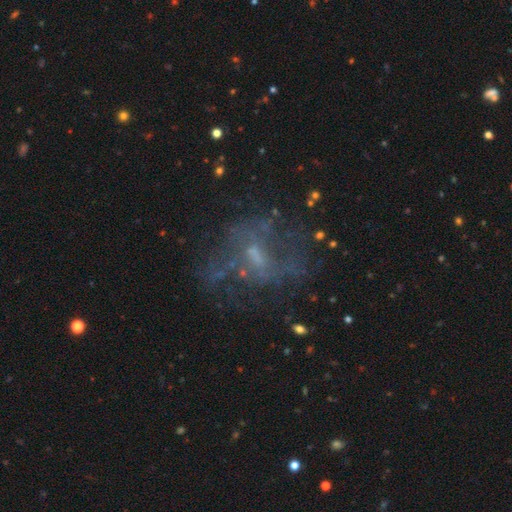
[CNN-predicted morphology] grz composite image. It shows a featured or disk galaxy (60%) with no bar (53%), no spiral arms (63%) and a small central bulge (44%). Merging: none (49%).